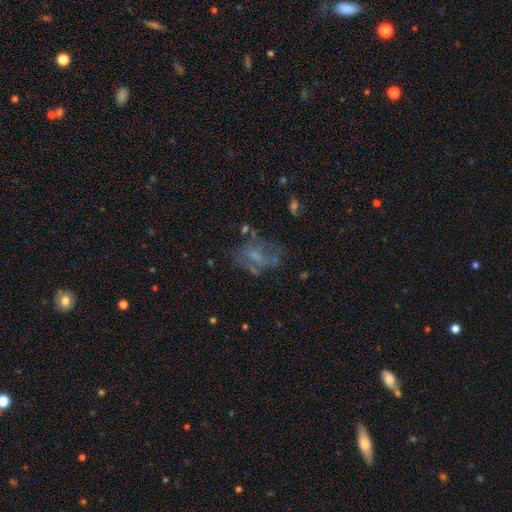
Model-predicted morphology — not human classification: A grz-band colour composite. It shows a featured or disk galaxy (53%) with no bar (59%), no spiral arms (68%) and a small central bulge (45%). Merging: none (43%).